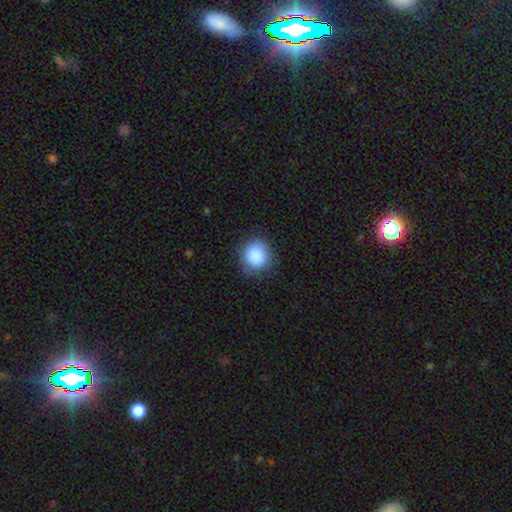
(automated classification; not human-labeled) Smooth or featured? smooth (88%)
How rounded? round (88%)
Merging? none (85%)